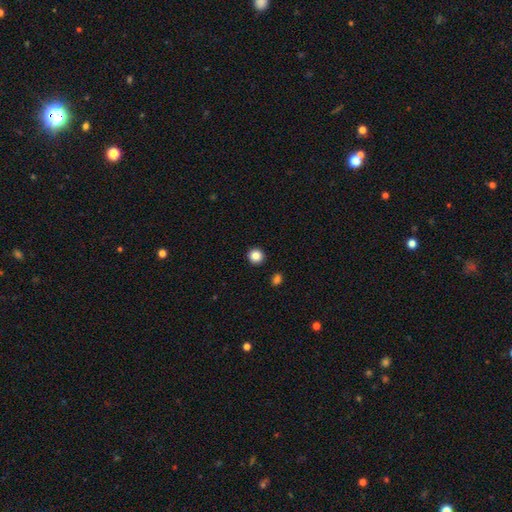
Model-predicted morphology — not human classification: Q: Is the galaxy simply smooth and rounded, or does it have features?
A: smooth — 86%.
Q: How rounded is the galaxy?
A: round — 93%.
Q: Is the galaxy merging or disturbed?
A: none — 92%.